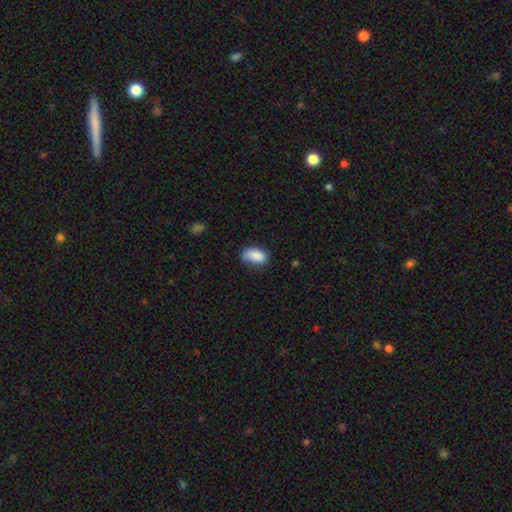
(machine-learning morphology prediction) type=smooth (87%); roundness=in between (93%); merging=none (69%).